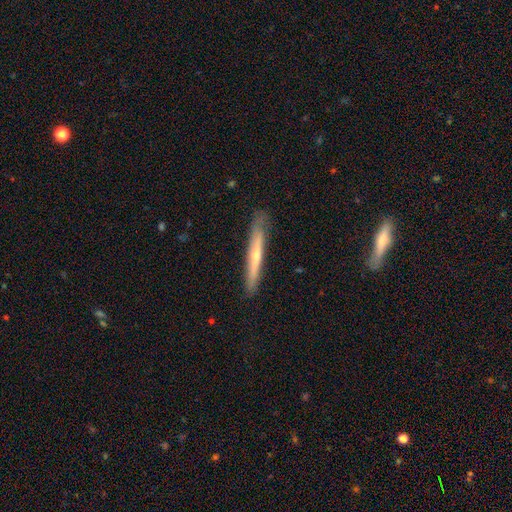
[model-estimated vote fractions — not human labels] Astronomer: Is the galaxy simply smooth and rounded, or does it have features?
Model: featured or disk — 53% (runner-up: smooth, 41%).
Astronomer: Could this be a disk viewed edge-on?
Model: yes — 92%.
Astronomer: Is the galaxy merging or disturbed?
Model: none — 85%.